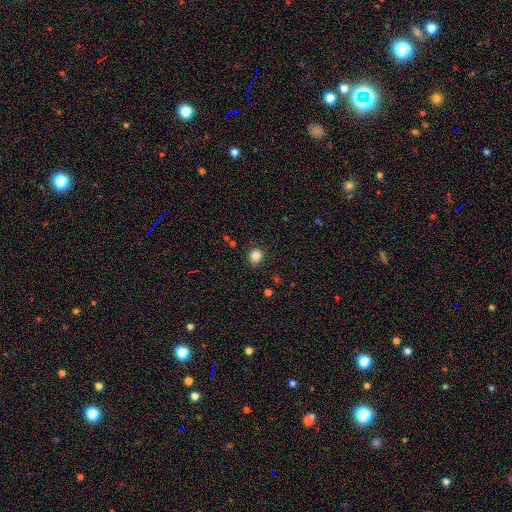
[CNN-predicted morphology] Smooth or featured? smooth (85%)
How rounded? round (82%)
Merging? none (85%)